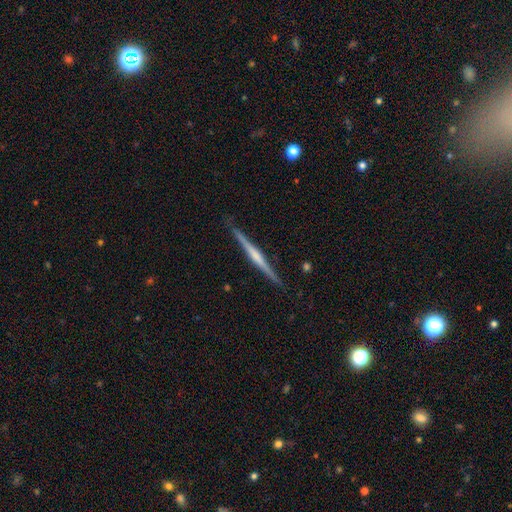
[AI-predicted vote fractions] A featured or disk galaxy (73%) viewed edge-on (98%) with a rounded central bulge (48%).

Vote fractions:
- Smooth or featured? featured or disk: 73% / smooth: 22% / star or artifact: 5%
- Edge-on disk? yes: 98% / no: 2%
- Edge-on bulge? rounded: 48% / none: 36% / boxy: 16%
- Merging? none: 89% / minor disturbance: 8% / major disturbance: 1% / merger: 1%